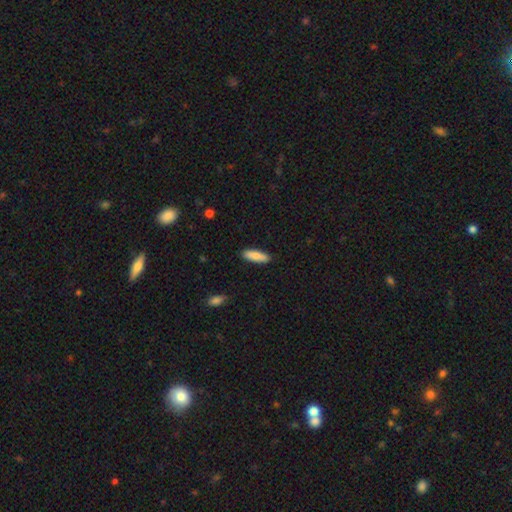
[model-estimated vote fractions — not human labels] This is clearly a smooth galaxy (81%). How rounded: possibly cigar-shaped (50%). Merging: clearly none (89%).